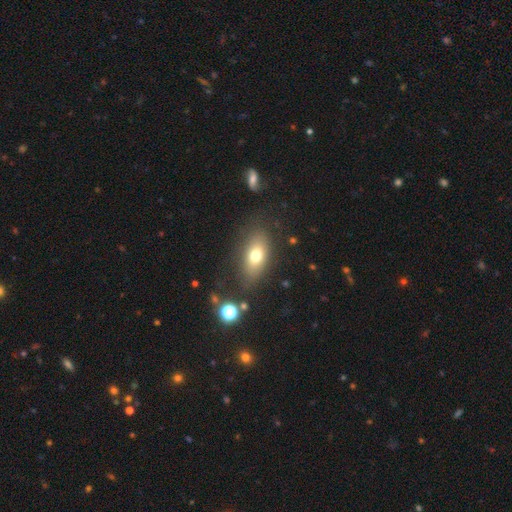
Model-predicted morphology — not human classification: smooth-or-featured: smooth: 71% | featured or disk: 19% | star or artifact: 10%
  how-rounded: in between: 83% | round: 10% | cigar-shaped: 8%
  merging: none: 78% | minor disturbance: 14% | major disturbance: 6% | merger: 2%